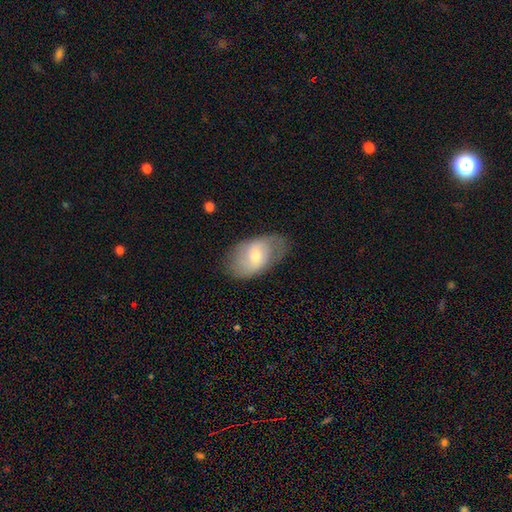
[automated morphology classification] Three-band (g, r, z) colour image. It shows a smooth galaxy with no disk features (50%). Merging: none (74%).